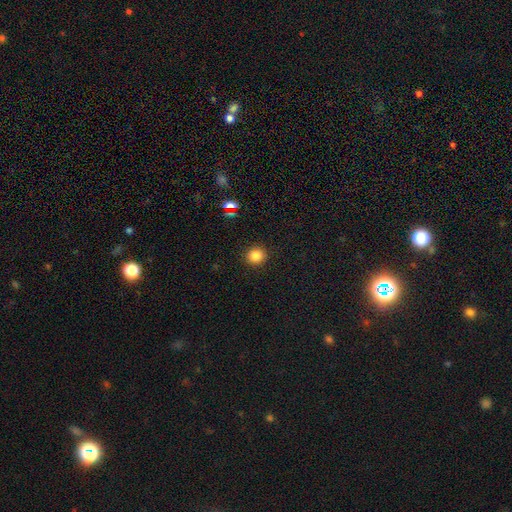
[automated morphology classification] smooth 83%, star or artifact 12%, featured or disk 4%. Down the decision tree: how rounded — round (89%); merging — none (91%).